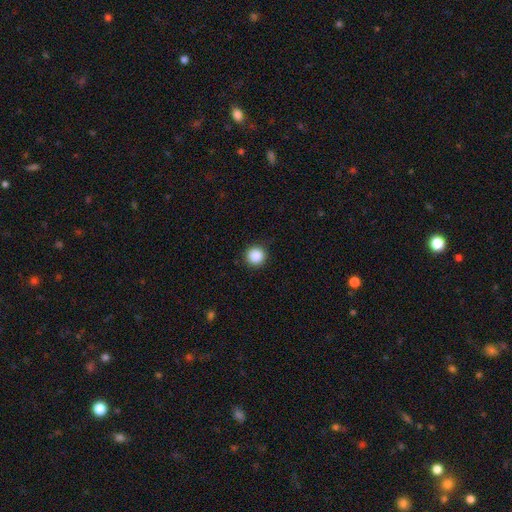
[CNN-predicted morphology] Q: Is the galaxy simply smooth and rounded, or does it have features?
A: smooth — 88%.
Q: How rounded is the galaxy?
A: round — 96%.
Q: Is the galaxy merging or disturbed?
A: none — 91%.